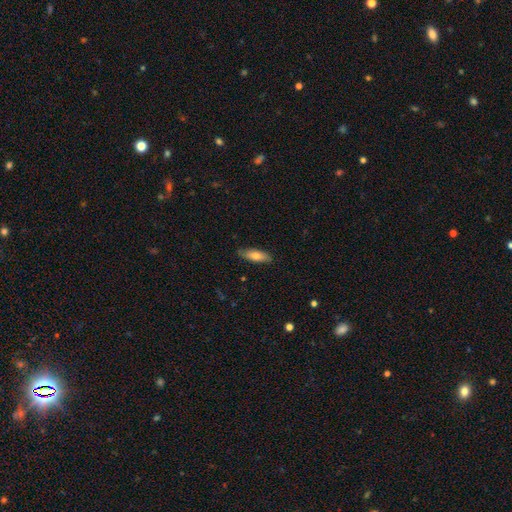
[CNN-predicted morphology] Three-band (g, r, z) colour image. It shows a smooth galaxy with no disk features (73%) that is in between round and cigar-shaped (53%). Merging: none (83%).